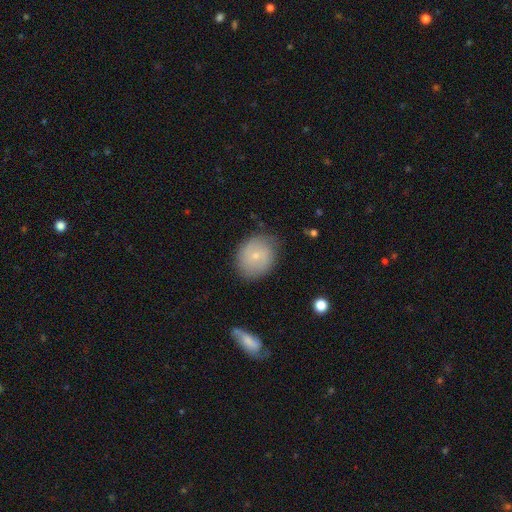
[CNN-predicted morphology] smooth 56%, featured or disk 36%, star or artifact 8%. Down the decision tree: how rounded — round (60%); merging — none (75%).